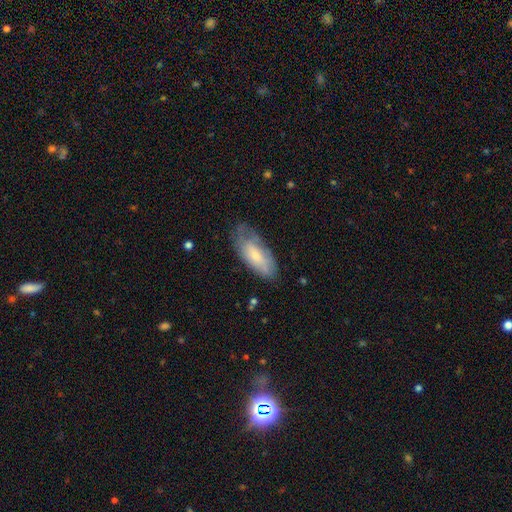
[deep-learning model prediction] Smooth or featured? smooth (61%)
How rounded? in between (82%)
Merging? none (56%)